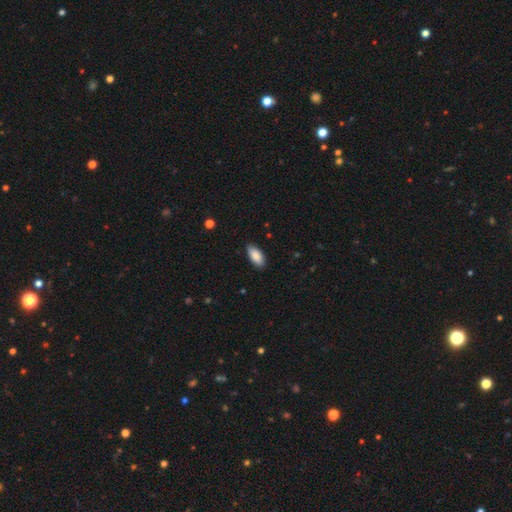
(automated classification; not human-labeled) A smooth galaxy with no disk features (88%) that is in between round and cigar-shaped (90%). Merging: none (87%).